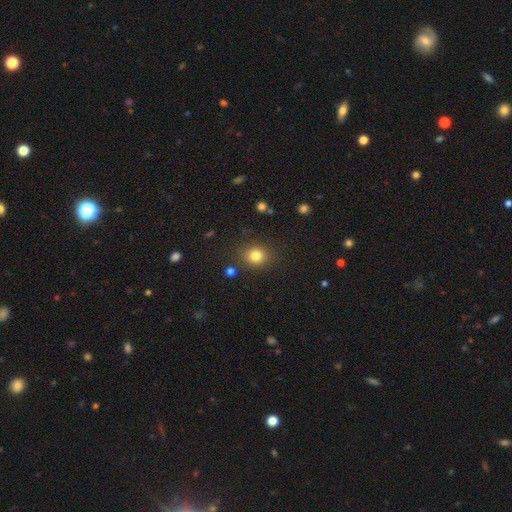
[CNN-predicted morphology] Q: Smooth or featured?
A: smooth (81%); runner-up: star or artifact (12%)
Q: How rounded?
A: round (80%); runner-up: in between (19%)
Q: Merging?
A: none (85%); runner-up: minor disturbance (9%)